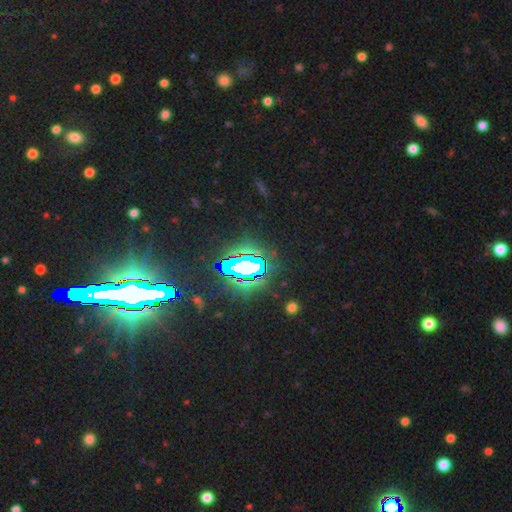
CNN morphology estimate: Q: Smooth or featured?
A: star or artifact (84%); runner-up: featured or disk (8%)